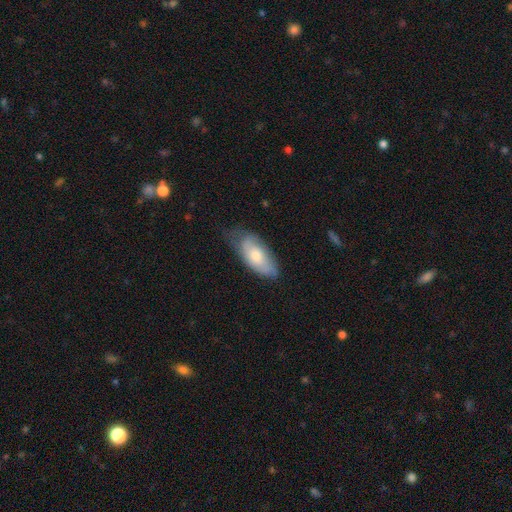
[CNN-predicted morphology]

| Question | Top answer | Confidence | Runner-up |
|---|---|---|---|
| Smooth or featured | smooth | 64% | featured or disk (31%) |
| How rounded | in between | 89% | cigar-shaped (9%) |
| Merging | none | 53% | minor disturbance (35%) |